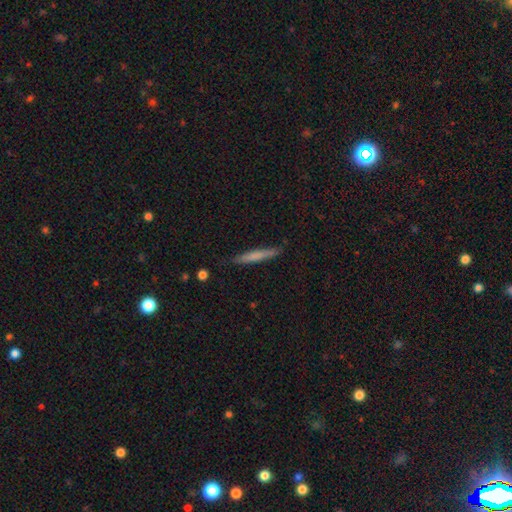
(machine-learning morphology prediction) Smooth or featured? smooth (67%)
How rounded? cigar-shaped (95%)
Merging? none (86%)